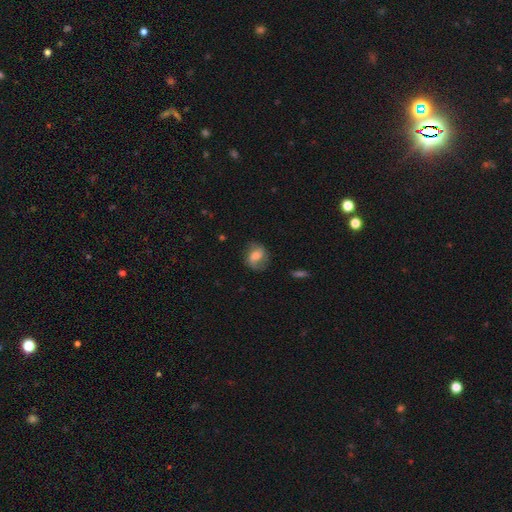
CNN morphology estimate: Smooth or featured?
  - smooth: 46% *
  - featured or disk: 45%
  - star or artifact: 8%
Merging?
  - none: 69% *
  - minor disturbance: 21%
  - major disturbance: 8%
  - merger: 2%